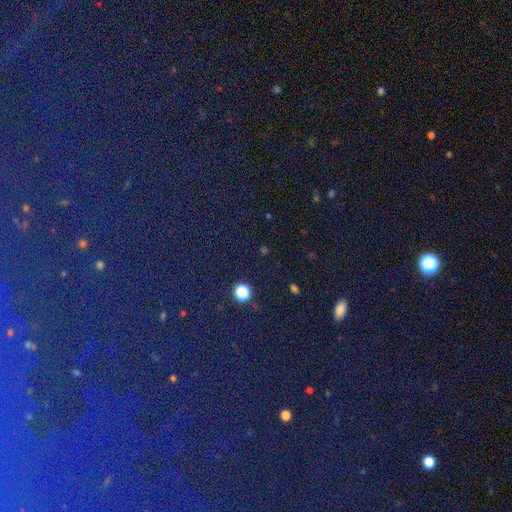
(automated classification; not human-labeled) Smooth or featured? Predicted: star or artifact (p=0.81).